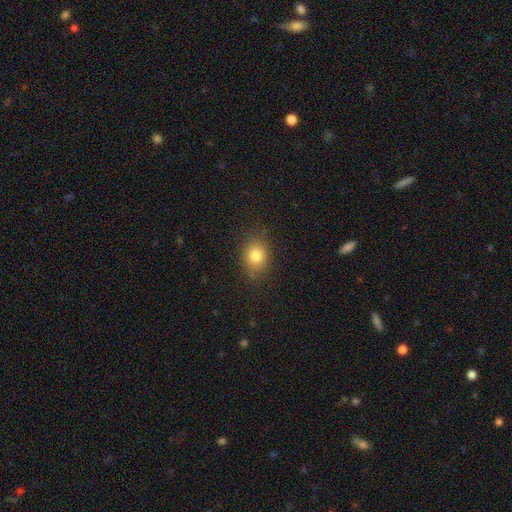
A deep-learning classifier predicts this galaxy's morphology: This appears to be a smooth galaxy with no disk features (80%) that is in between round and cigar-shaped (53%). Merging: none (83%).